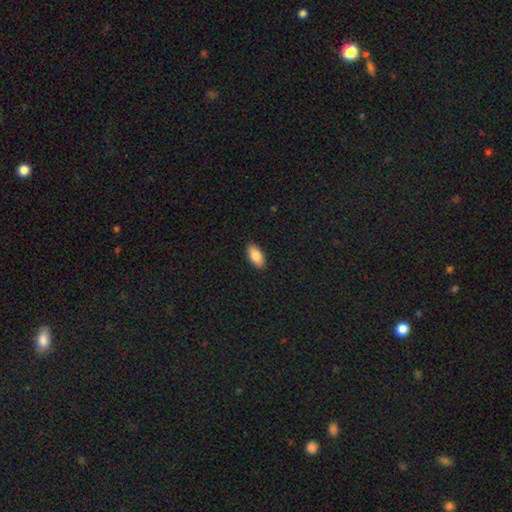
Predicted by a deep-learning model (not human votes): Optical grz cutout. It shows a smooth galaxy with no disk features (84%) that is in between round and cigar-shaped (91%). Merging: none (90%).